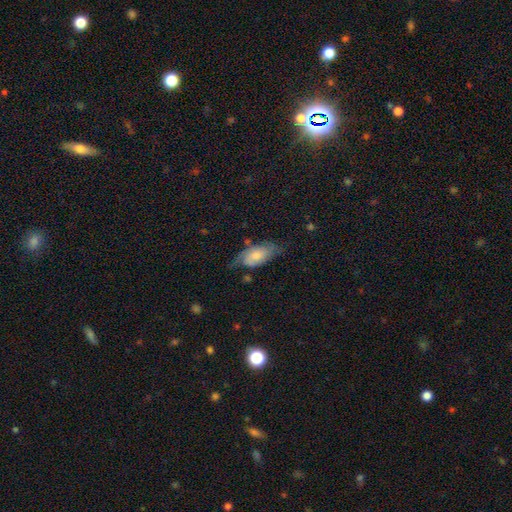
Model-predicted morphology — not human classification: Smooth or featured?
  - smooth: 58% *
  - featured or disk: 34%
  - star or artifact: 7%
How rounded?
  - in between: 90% *
  - cigar-shaped: 6%
  - round: 4%
Merging?
  - none: 45% *
  - minor disturbance: 36%
  - major disturbance: 16%
  - merger: 3%